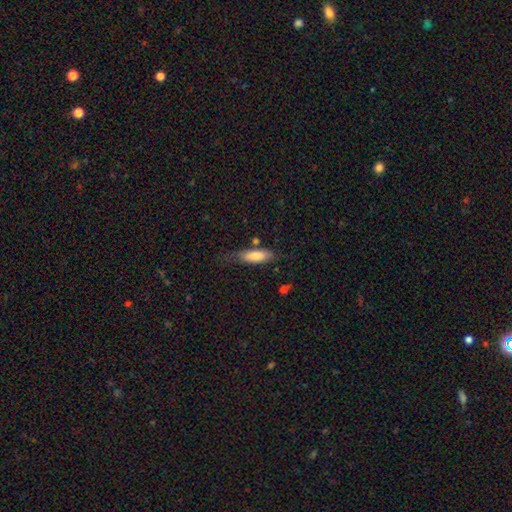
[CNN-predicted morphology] Smooth or featured? Predicted: smooth (p=0.80). How rounded? Predicted: in between (p=0.57). Merging? Predicted: none (p=0.58).